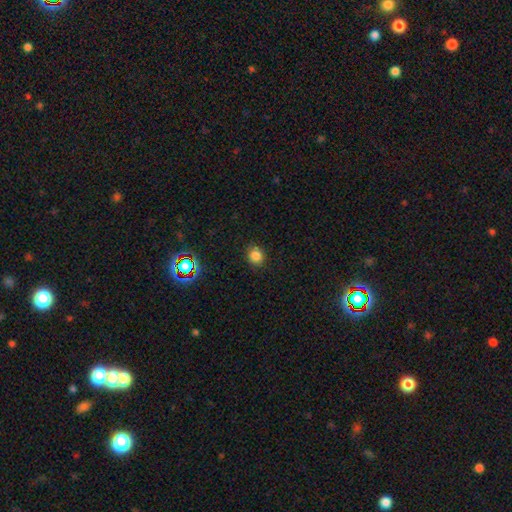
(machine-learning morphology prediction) A smooth galaxy with no disk features (81%) that is round (79%). Merging: none (88%).